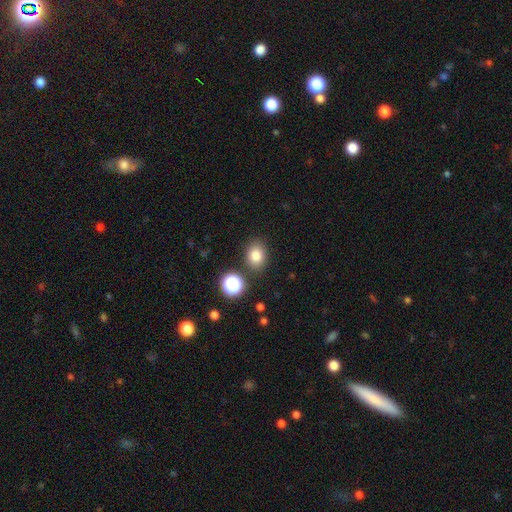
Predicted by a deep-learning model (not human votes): Smooth or featured? smooth (81%)
How rounded? round (52%)
Merging? none (83%)